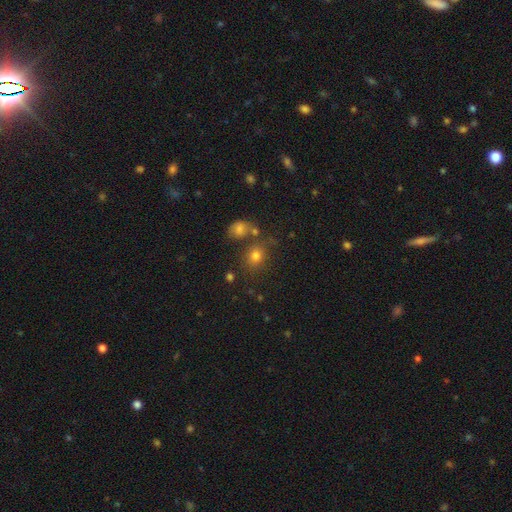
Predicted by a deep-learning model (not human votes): Morphology: type=smooth (75%); roundness=round (71%); merging=none (68%).